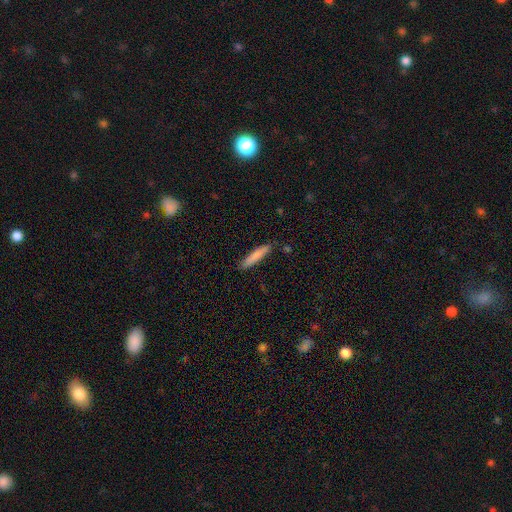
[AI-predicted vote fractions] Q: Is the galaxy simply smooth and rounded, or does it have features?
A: smooth — 82%.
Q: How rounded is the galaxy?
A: cigar-shaped — 90%.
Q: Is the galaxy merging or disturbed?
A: none — 86%.